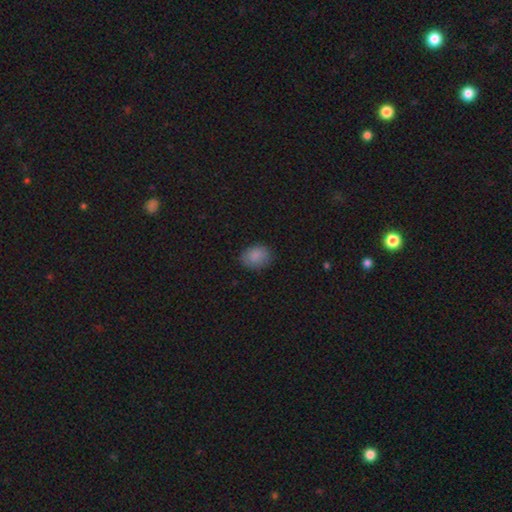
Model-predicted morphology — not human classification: This is clearly a smooth galaxy (86%). How rounded: likely in between (65%). Merging: clearly none (84%).